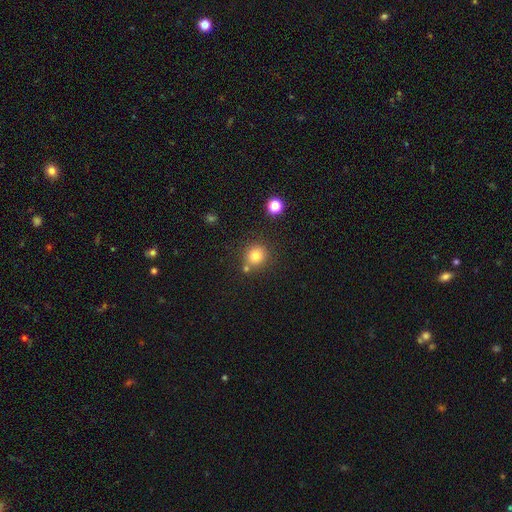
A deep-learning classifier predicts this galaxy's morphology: Overall: smooth (79%). How rounded: round (90%). Merging: none (77%).